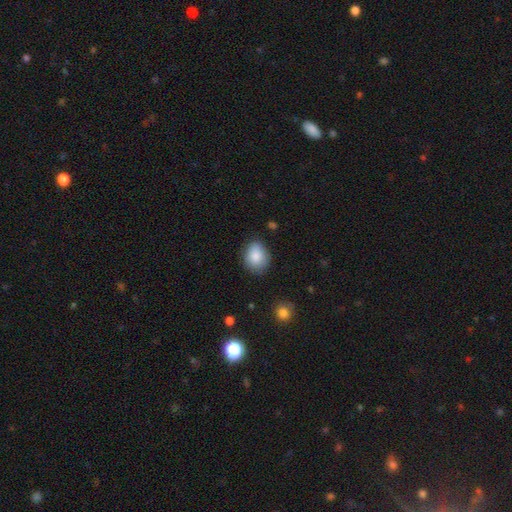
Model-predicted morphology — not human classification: A smooth galaxy with no disk features (86%) that is in between round and cigar-shaped (53%). Merging: none (77%).